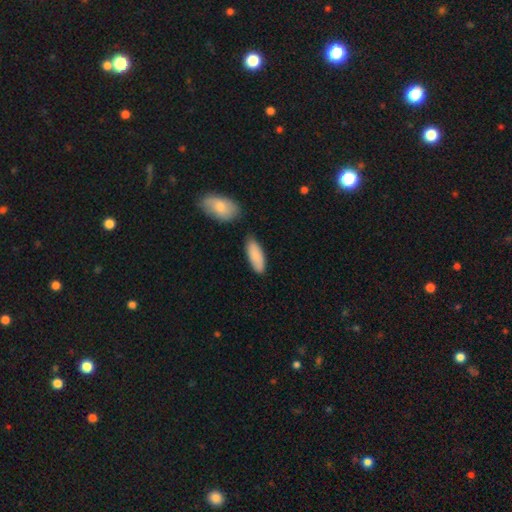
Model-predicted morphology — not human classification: Smooth or featured? smooth (87%)
How rounded? in between (74%)
Merging? none (75%)